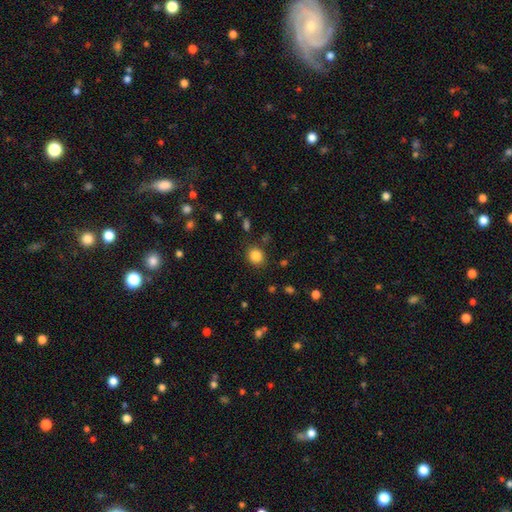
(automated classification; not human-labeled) A smooth galaxy with no disk features (85%) that is round (74%). Merging: none (86%).